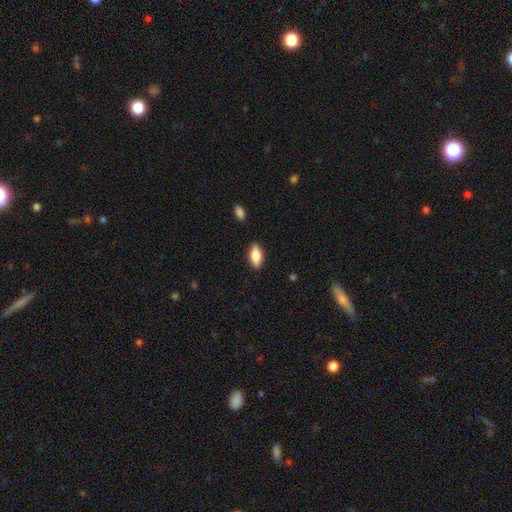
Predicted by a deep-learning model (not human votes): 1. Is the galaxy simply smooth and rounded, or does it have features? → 79% smooth, 14% featured or disk, 7% star or artifact.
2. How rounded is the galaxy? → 86% in between, 11% cigar-shaped, 3% round.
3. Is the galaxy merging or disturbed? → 86% none, 10% minor disturbance, 2% major disturbance, 1% merger.